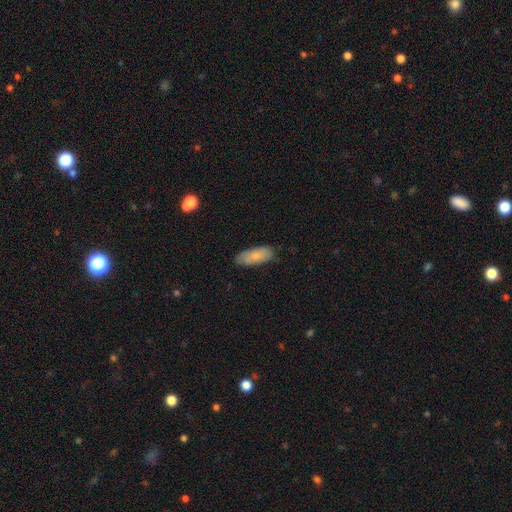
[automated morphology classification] smooth-or-featured: smooth: 77% | featured or disk: 17% | star or artifact: 6%
  how-rounded: in between: 81% | cigar-shaped: 17% | round: 2%
  merging: none: 78% | minor disturbance: 18% | major disturbance: 3% | merger: 1%